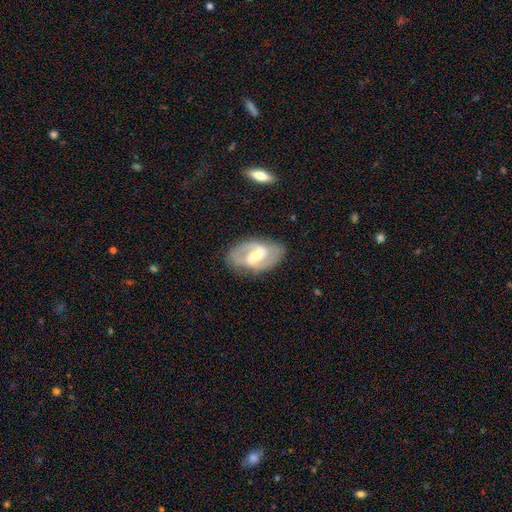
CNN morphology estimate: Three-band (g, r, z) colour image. It shows a featured or disk galaxy (82%) with a strong bar (52%), 2 (88%) medium (51%) spiral arms (88%) and a moderate central bulge (51%). Merging: none (79%).